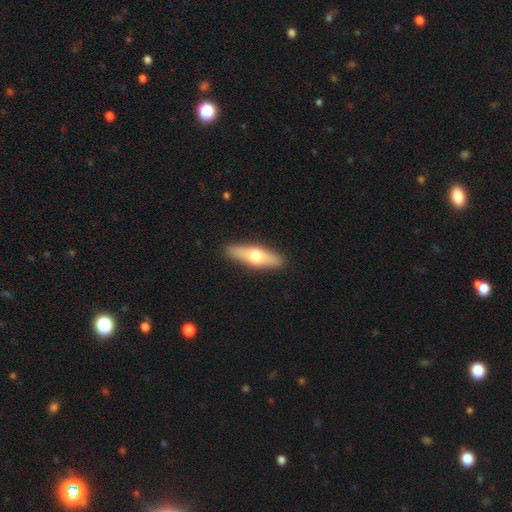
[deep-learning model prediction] A smooth galaxy with no disk features (51%) that is cigar-shaped (60%). Merging: none (89%).